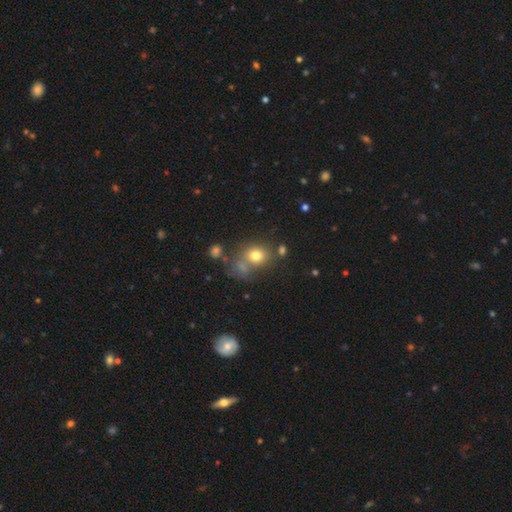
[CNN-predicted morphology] smooth 76%, star or artifact 14%, featured or disk 10%. Down the decision tree: how rounded — round (64%); merging — none (54%).